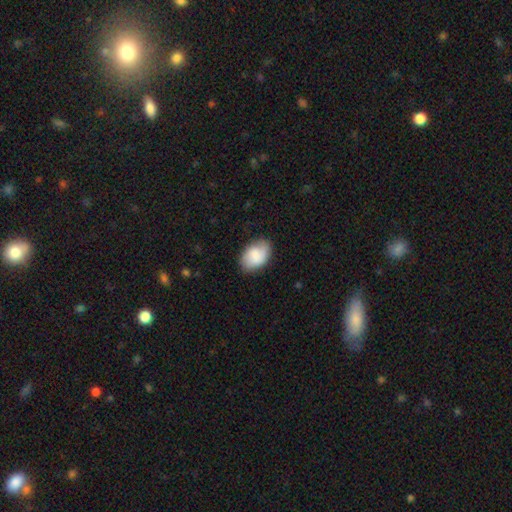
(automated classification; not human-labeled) Smooth or featured? smooth (75%)
How rounded? in between (87%)
Merging? none (76%)